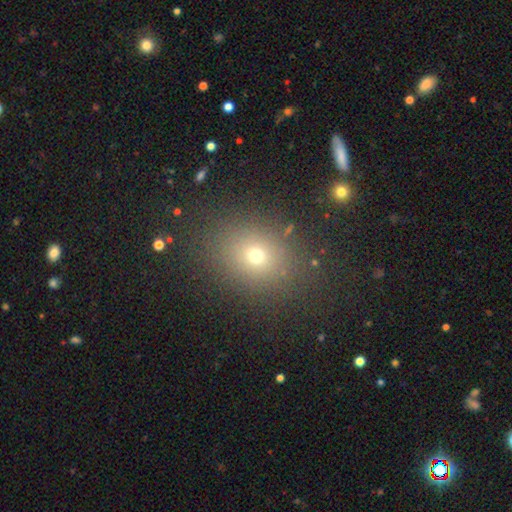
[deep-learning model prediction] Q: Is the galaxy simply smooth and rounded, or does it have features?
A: smooth — 66%.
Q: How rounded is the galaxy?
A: round — 51%.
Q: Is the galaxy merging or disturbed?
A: none — 85%.